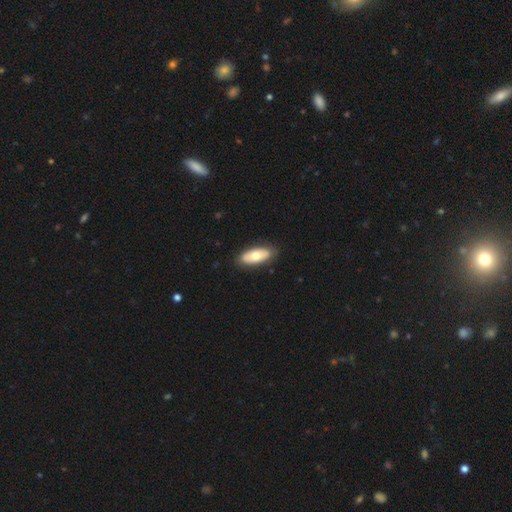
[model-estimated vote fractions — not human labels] A smooth galaxy with no disk features (68%) that is in between round and cigar-shaped (84%). Merging: none (86%).